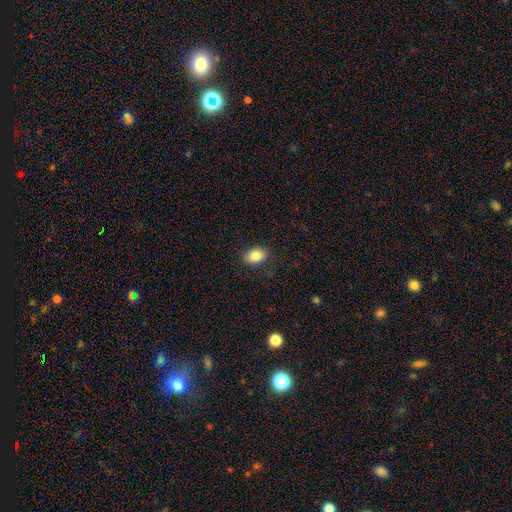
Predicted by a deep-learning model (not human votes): Smooth or featured: smooth — 84% (star or artifact — 8%)
How rounded: in between — 82% (round — 17%)
Merging: none — 86% (minor disturbance — 10%)